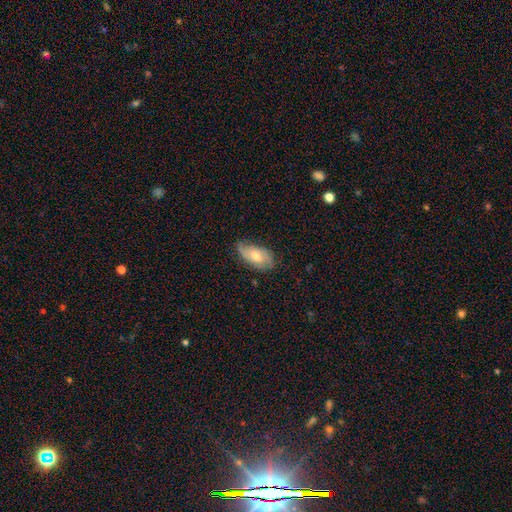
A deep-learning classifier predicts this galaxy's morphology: smooth_or_featured: smooth (p=0.54) [alt: featured or disk p=0.40]
how_rounded: in between (p=0.92) [alt: round p=0.04]
merging: none (p=0.62) [alt: minor disturbance p=0.30]